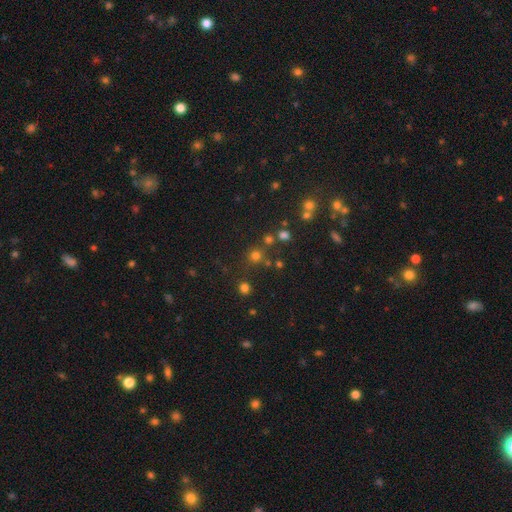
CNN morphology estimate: This is likely a smooth galaxy (63%). How rounded: clearly round (92%). Merging: likely none (77%).